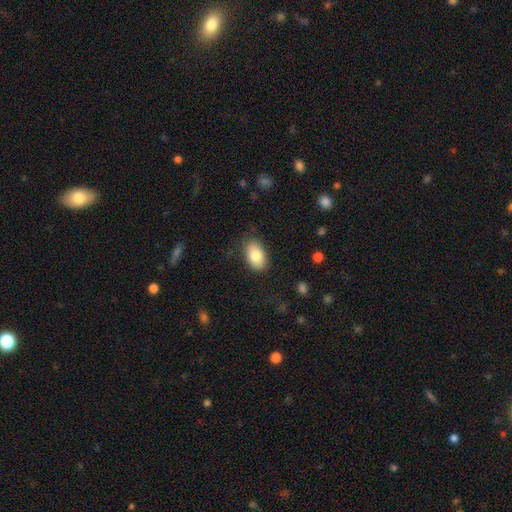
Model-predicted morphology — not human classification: The model was most divided on "merging": none: 80%, minor disturbance: 15%, major disturbance: 4%, merger: 1%. More confident: how rounded — in between (92%); smooth or featured — smooth (83%).